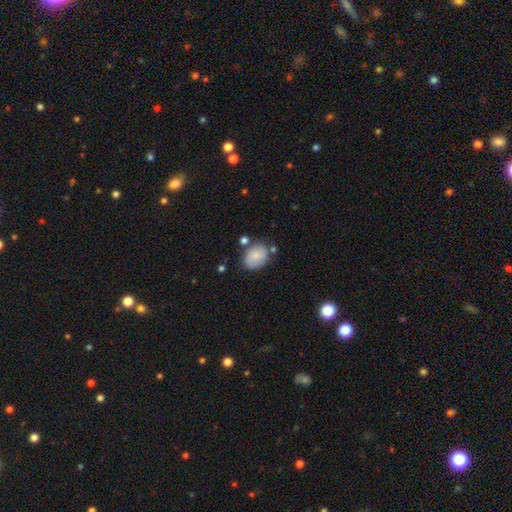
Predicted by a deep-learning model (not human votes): Morphology: type=smooth (79%); roundness=in between (66%); merging=none (67%).